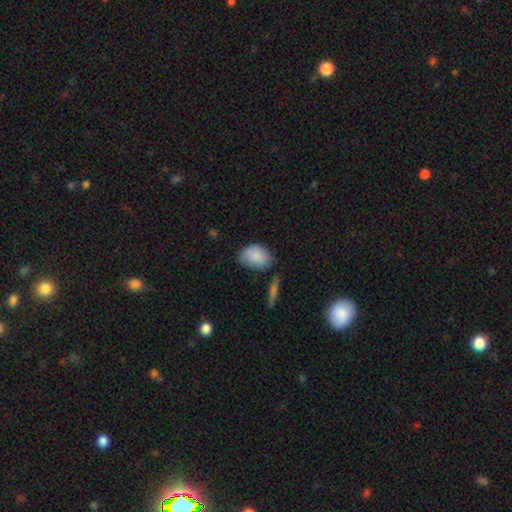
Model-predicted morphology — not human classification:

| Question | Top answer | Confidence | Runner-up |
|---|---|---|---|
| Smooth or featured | smooth | 85% | featured or disk (8%) |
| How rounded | in between | 76% | round (23%) |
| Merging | none | 57% | minor disturbance (30%) |